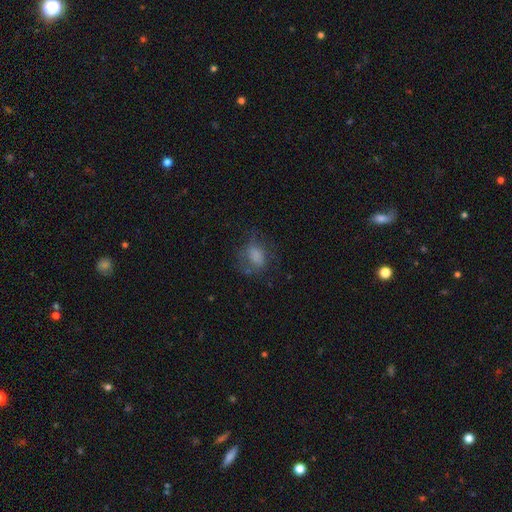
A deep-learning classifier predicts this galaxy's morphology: type=smooth (64%); roundness=in between (71%); merging=none (48%).